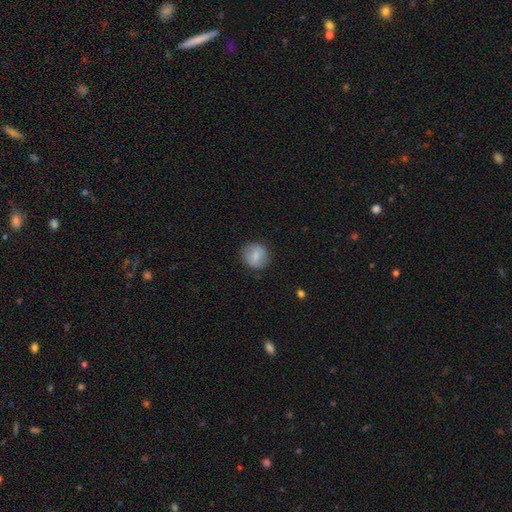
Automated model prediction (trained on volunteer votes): Overall: smooth (74%). How rounded: round (84%). Merging: none (85%).